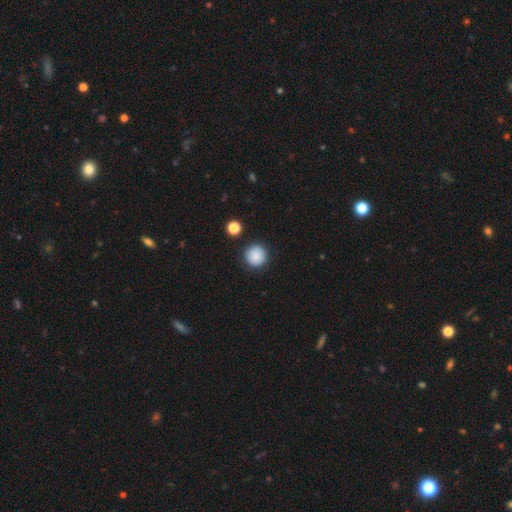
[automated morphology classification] smooth-or-featured: smooth: 87% | star or artifact: 8% | featured or disk: 5%
  how-rounded: round: 96% | in between: 3% | cigar-shaped: 1%
  merging: none: 90% | minor disturbance: 6% | major disturbance: 2% | merger: 2%